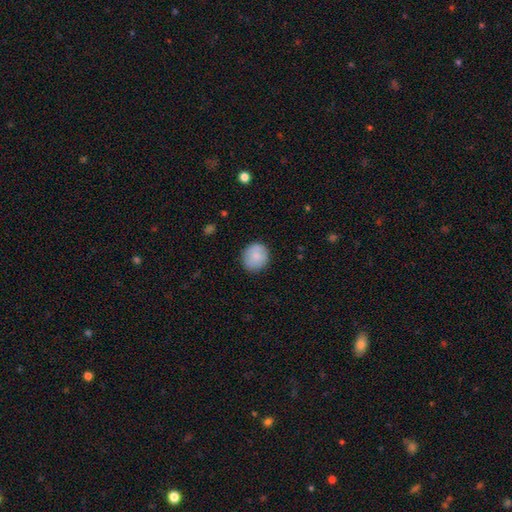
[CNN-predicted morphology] Smooth or featured? Predicted: smooth (p=0.85). How rounded? Predicted: round (p=0.84). Merging? Predicted: none (p=0.88).